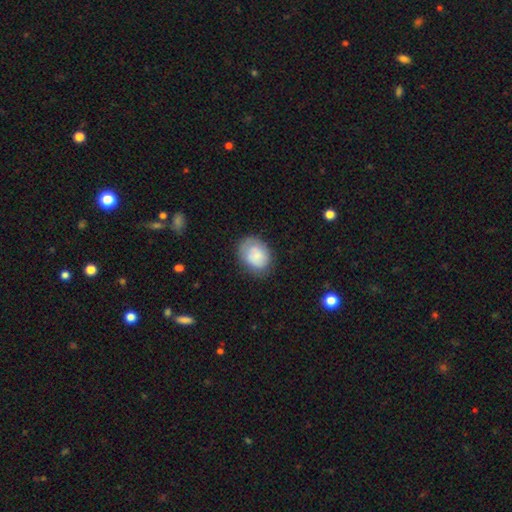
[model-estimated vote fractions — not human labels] Smooth or featured? Predicted: smooth (p=0.78). How rounded? Predicted: in between (p=0.59). Merging? Predicted: none (p=0.70).